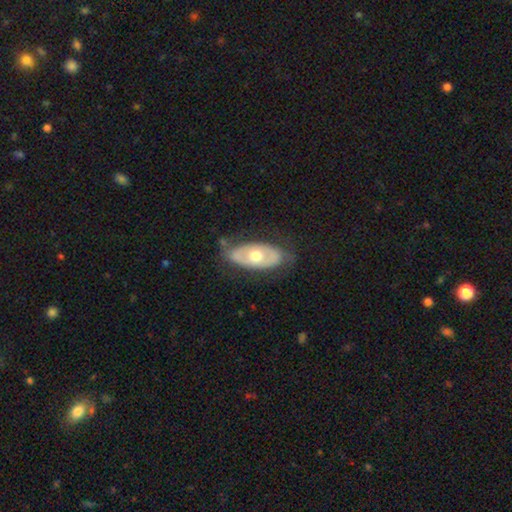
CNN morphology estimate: This is possibly a featured or disk galaxy (55%). It is clearly not viewed edge-on (85%). Merging: likely none (74%).